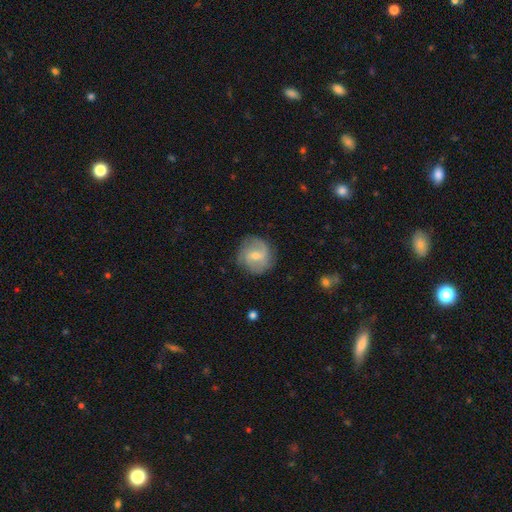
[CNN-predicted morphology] Smooth or featured? featured or disk (64%)
Edge-on disk? no (97%)
Bar? weak (53%)
Spiral arms? yes (86%)
Spiral winding? medium (42%)
Spiral arm count? 2 (65%)
Bulge size? moderate (49%)
Merging? none (80%)